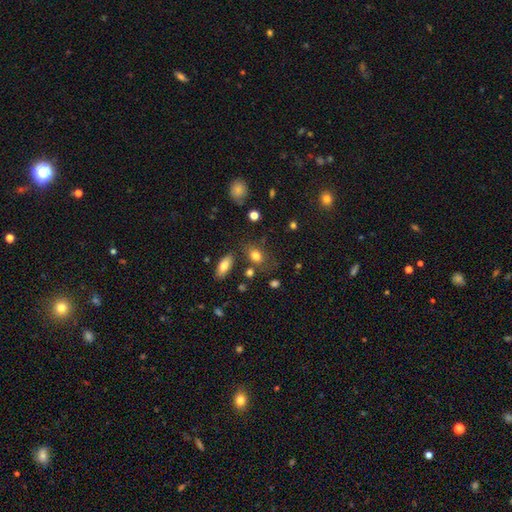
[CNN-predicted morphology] The model was most divided on "how rounded": in between: 71%, round: 27%, cigar-shaped: 2%. More confident: smooth or featured — smooth (80%); merging — none (66%).